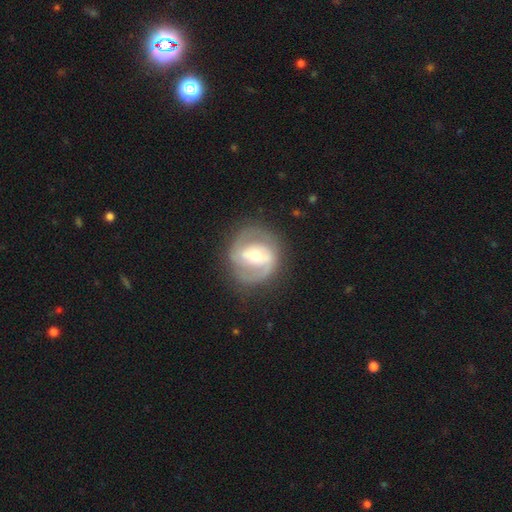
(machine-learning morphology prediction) A featured or disk galaxy (80%) with a strong bar (40%, tied with weak), 2 (83%) medium (45%) spiral arms (87%) and a moderate central bulge (58%). Merging: none (79%).